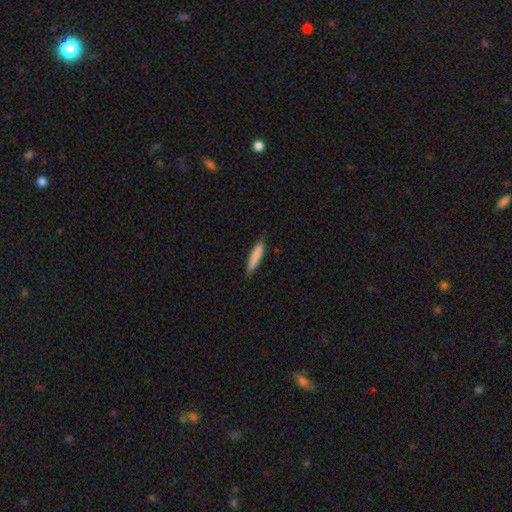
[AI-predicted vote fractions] Smooth or featured: smooth — 81% (featured or disk — 13%)
How rounded: cigar-shaped — 85% (in between — 14%)
Merging: none — 82% (minor disturbance — 15%)